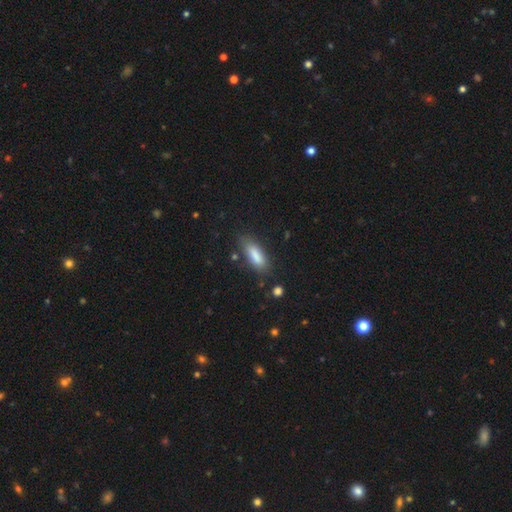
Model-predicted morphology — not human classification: Smooth or featured: smooth — 84% (featured or disk — 9%)
How rounded: in between — 67% (cigar-shaped — 31%)
Merging: none — 75% (minor disturbance — 17%)